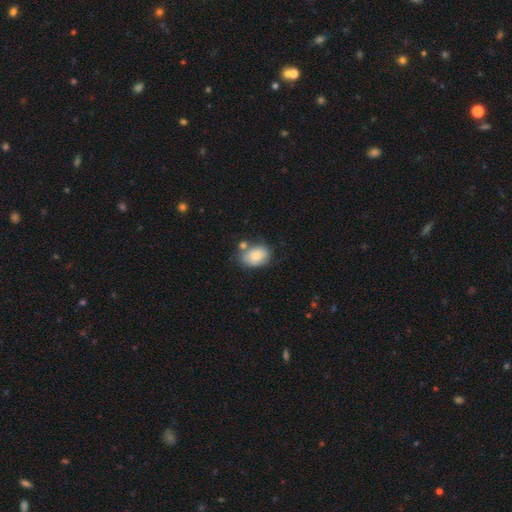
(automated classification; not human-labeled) The model was most divided on "merging": none: 57%, minor disturbance: 22%, merger: 15%, major disturbance: 6%. More confident: smooth or featured — smooth (79%); how rounded — in between (77%).